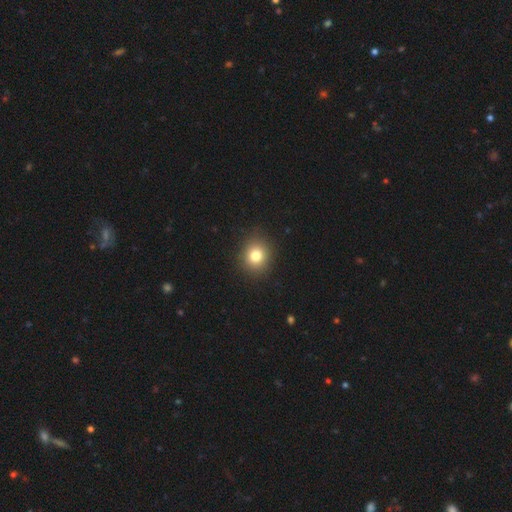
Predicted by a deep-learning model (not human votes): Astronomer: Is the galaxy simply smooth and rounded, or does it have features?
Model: smooth — 79%.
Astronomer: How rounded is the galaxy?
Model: round — 81%.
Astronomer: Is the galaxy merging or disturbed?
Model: none — 90%.